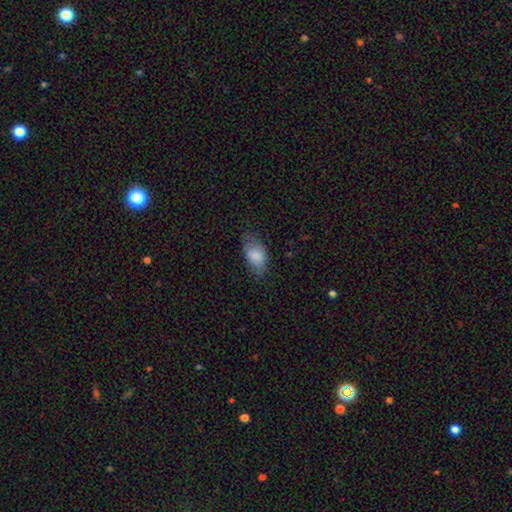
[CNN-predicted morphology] The model was most divided on "merging": none: 61%, minor disturbance: 27%, major disturbance: 10%, merger: 1%. More confident: how rounded — in between (91%); smooth or featured — smooth (83%).